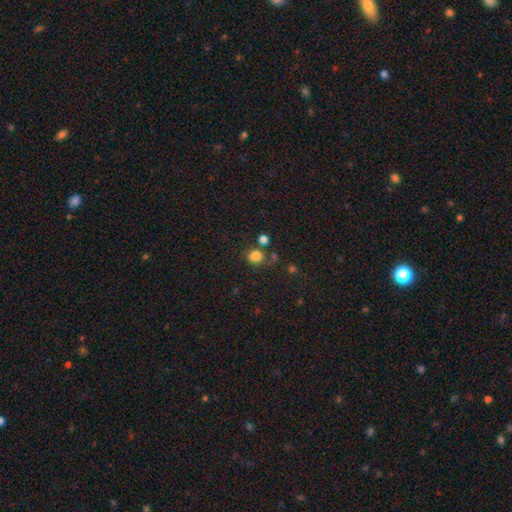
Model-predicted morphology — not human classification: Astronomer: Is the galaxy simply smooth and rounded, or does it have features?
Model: smooth — 78%.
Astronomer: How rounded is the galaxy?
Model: round — 62% (runner-up: in between, 37%).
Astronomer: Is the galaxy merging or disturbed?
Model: none — 62%.